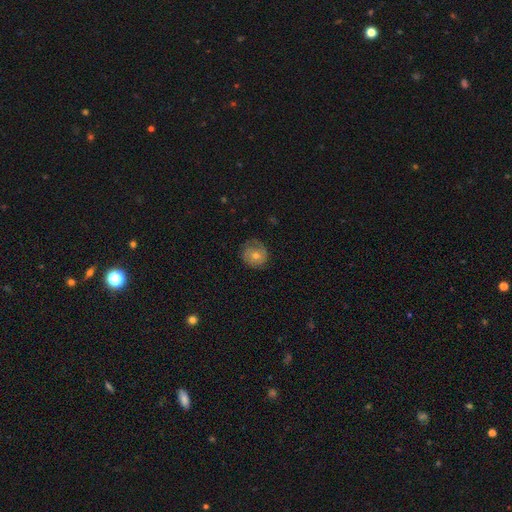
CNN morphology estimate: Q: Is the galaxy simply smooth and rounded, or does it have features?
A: featured or disk — 46%.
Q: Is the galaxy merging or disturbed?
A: none — 73%.